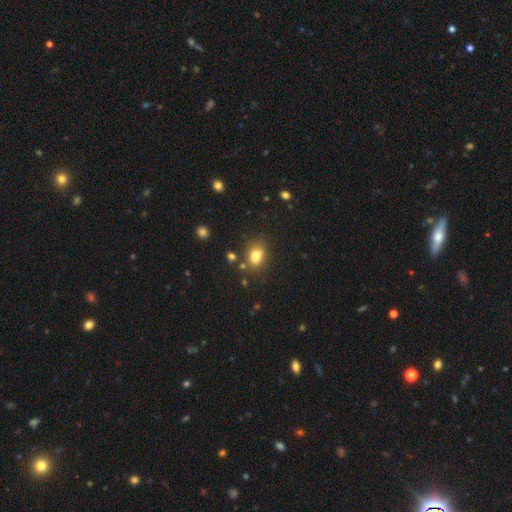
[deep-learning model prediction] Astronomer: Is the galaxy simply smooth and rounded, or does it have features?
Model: smooth — 78%.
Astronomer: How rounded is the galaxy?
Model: in between — 65%.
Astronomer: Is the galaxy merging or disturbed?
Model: none — 74%.